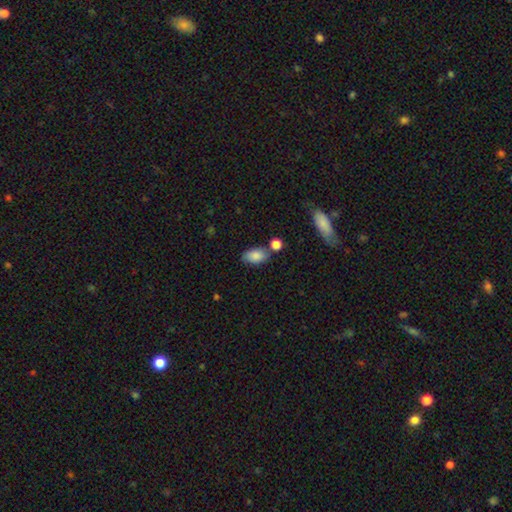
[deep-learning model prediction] Morphology: type=smooth (84%); roundness=in between (91%); merging=none (67%).